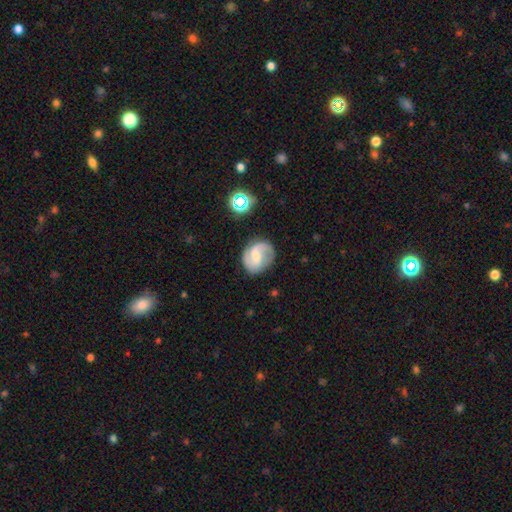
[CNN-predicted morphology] A featured or disk galaxy (76%) with a weak bar (52%), 2 (83%) medium (50%) spiral arms (95%) and a small central bulge (49%). Merging: none (75%).